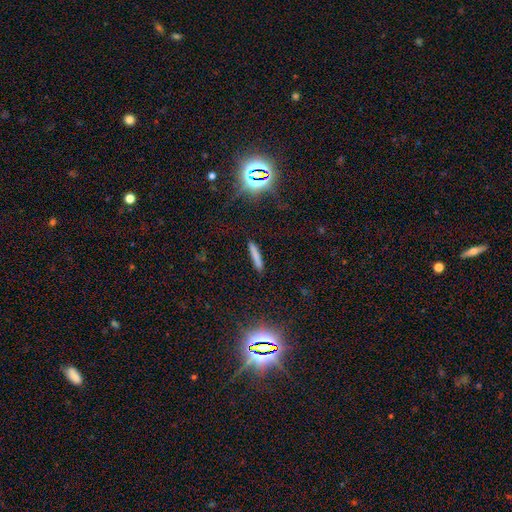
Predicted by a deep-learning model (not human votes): smooth-or-featured: smooth: 76% | featured or disk: 12% | star or artifact: 12%
  how-rounded: cigar-shaped: 93% | in between: 5% | round: 2%
  merging: none: 88% | minor disturbance: 9% | major disturbance: 2% | merger: 2%